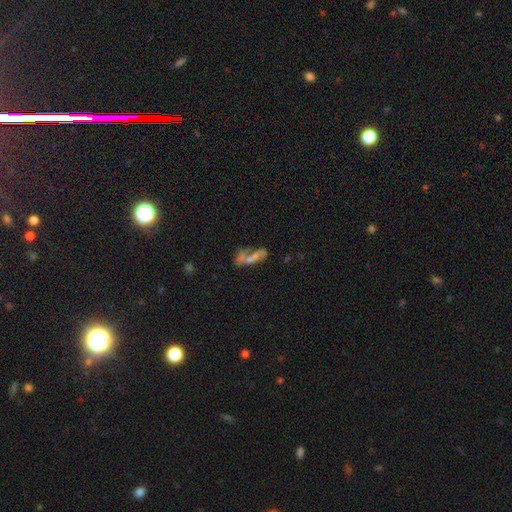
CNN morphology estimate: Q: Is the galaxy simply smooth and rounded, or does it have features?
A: featured or disk — 47%.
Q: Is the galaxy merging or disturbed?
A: none — 34%.